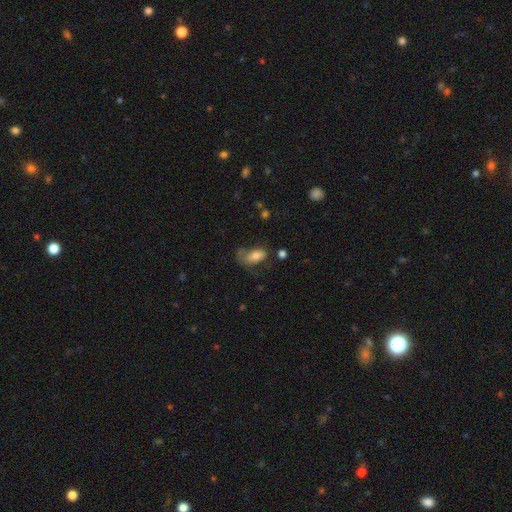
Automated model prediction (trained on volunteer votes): The model was most divided on "merging": major disturbance: 36%, minor disturbance: 30%, none: 29%, merger: 6%. More confident: how rounded — in between (90%); smooth or featured — smooth (71%).